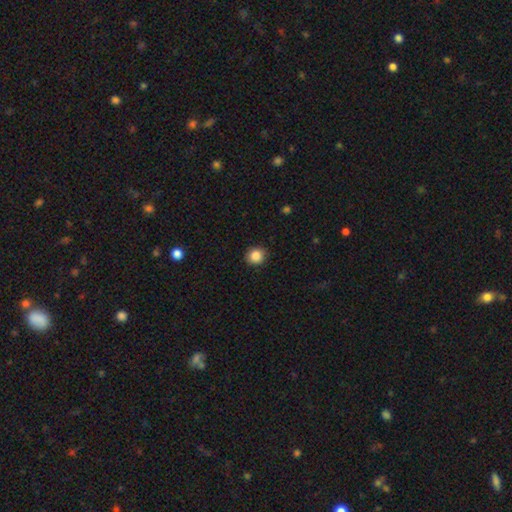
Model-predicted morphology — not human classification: A smooth galaxy with no disk features (86%) that is round (86%).

Vote fractions:
- Smooth or featured? smooth: 86% / star or artifact: 10% / featured or disk: 4%
- How rounded? round: 86% / in between: 13% / cigar-shaped: 1%
- Merging? none: 90% / minor disturbance: 7% / major disturbance: 2% / merger: 1%